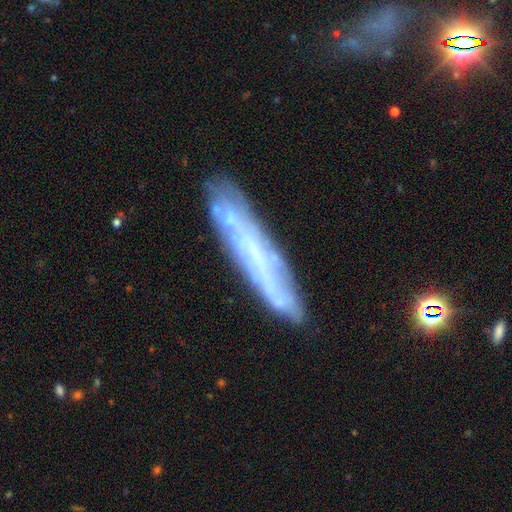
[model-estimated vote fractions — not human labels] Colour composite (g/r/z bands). It shows a featured or disk galaxy (58%) viewed edge-on (59%). Merging: none (76%).